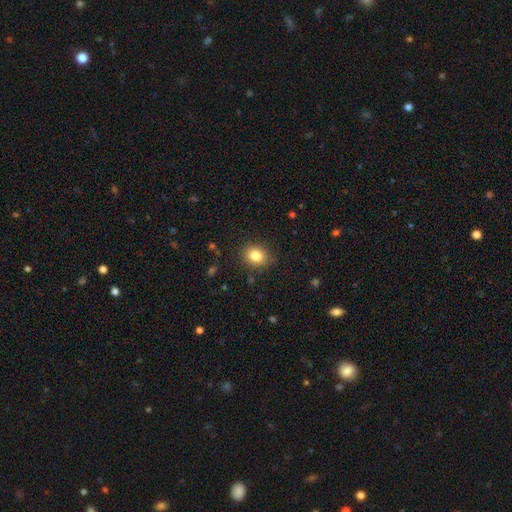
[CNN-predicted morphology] Smooth or featured: smooth — 82% (star or artifact — 11%)
How rounded: round — 64% (in between — 35%)
Merging: none — 87% (minor disturbance — 9%)